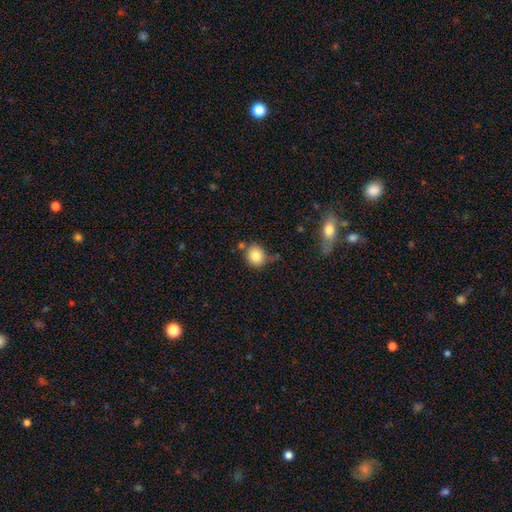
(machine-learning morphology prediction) A smooth galaxy with no disk features (83%) that is round (81%). Merging: none (67%).